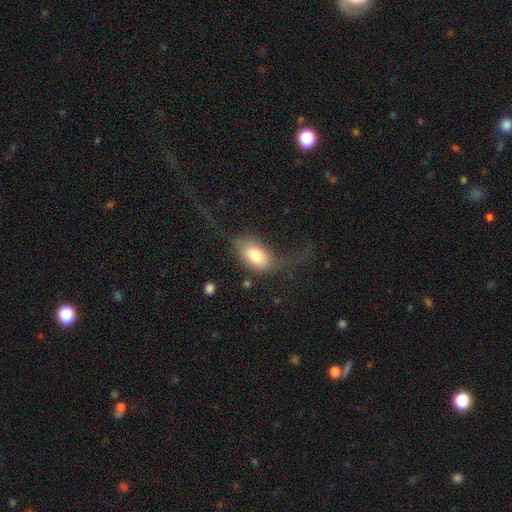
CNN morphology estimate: smooth_or_featured: smooth (p=0.74) [alt: featured or disk p=0.18]
how_rounded: in between (p=0.90) [alt: round p=0.07]
merging: major disturbance (p=0.40) [alt: none p=0.35]